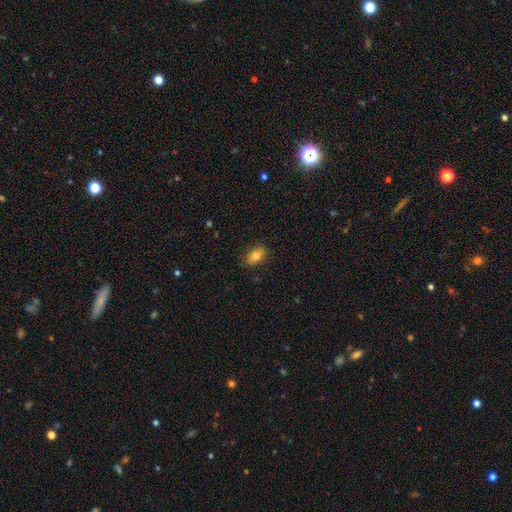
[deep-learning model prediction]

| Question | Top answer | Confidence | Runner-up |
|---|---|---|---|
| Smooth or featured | smooth | 80% | featured or disk (12%) |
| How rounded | in between | 86% | round (11%) |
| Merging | none | 86% | minor disturbance (11%) |